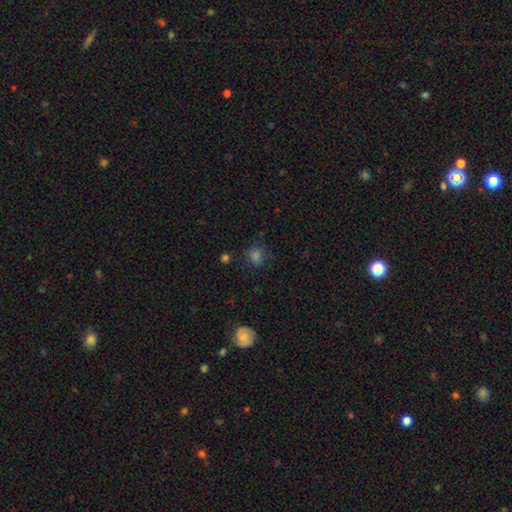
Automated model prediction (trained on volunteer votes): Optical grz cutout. It shows a smooth galaxy with no disk features (64%) that is round (78%). Merging: none (74%).